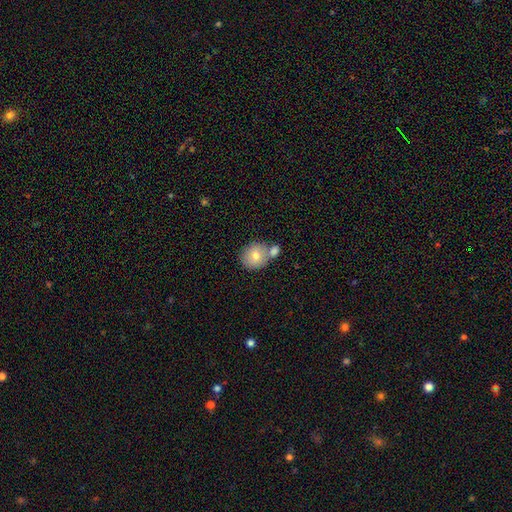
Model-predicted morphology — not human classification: smooth-or-featured: smooth: 76% | featured or disk: 16% | star or artifact: 9%
  how-rounded: round: 82% | in between: 17% | cigar-shaped: 1%
  merging: none: 52% | merger: 35% | minor disturbance: 10% | major disturbance: 3%